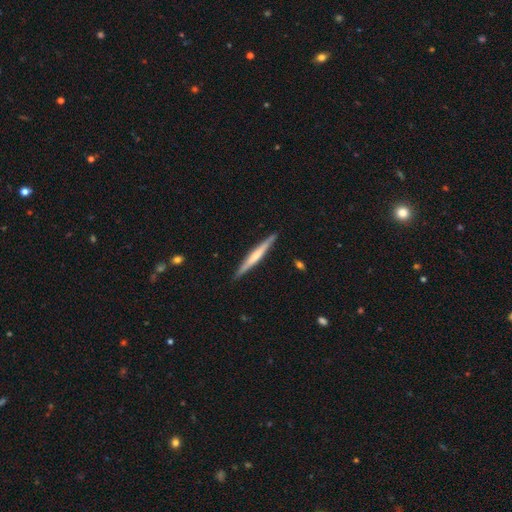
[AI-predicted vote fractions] Smooth or featured? featured or disk (55%)
Edge-on disk? yes (97%)
Edge-on bulge? none (48%)
Merging? none (90%)